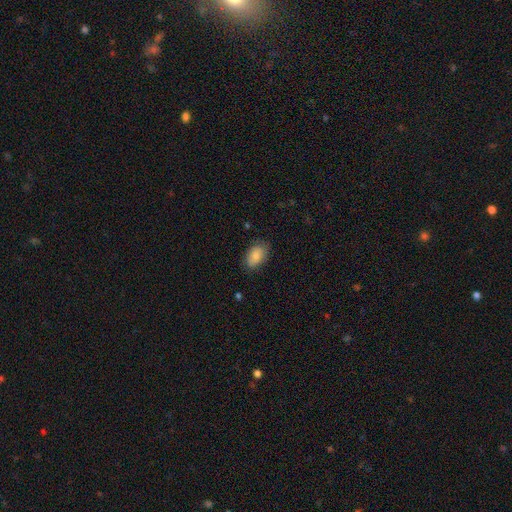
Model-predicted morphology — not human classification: Smooth or featured?
  - smooth: 85% *
  - featured or disk: 8%
  - star or artifact: 7%
How rounded?
  - in between: 90% *
  - round: 8%
  - cigar-shaped: 2%
Merging?
  - none: 75% *
  - minor disturbance: 19%
  - major disturbance: 4%
  - merger: 1%